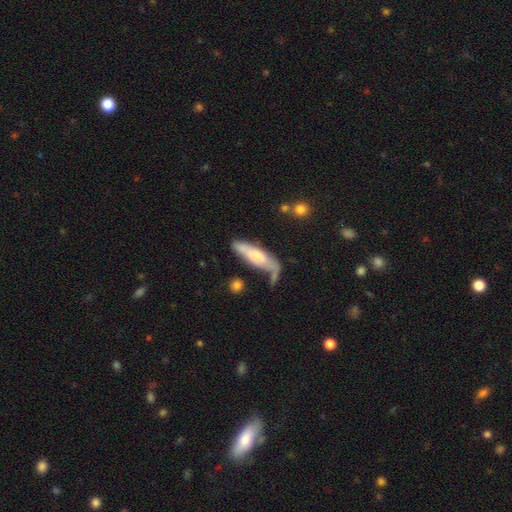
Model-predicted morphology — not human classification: type=smooth (57%); roundness=cigar-shaped (59%); merging=none (45%).